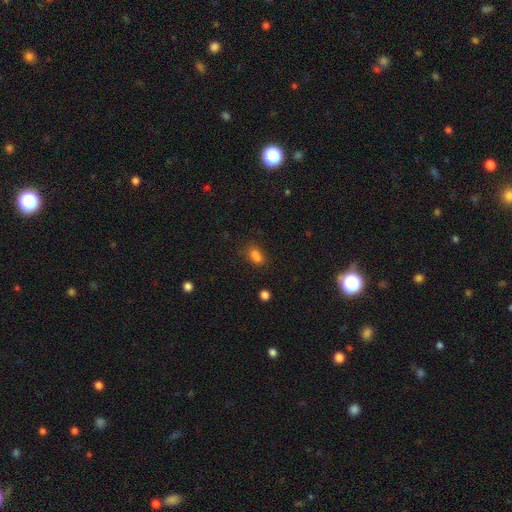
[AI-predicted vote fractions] Smooth or featured? smooth (80%)
How rounded? in between (79%)
Merging? none (61%)